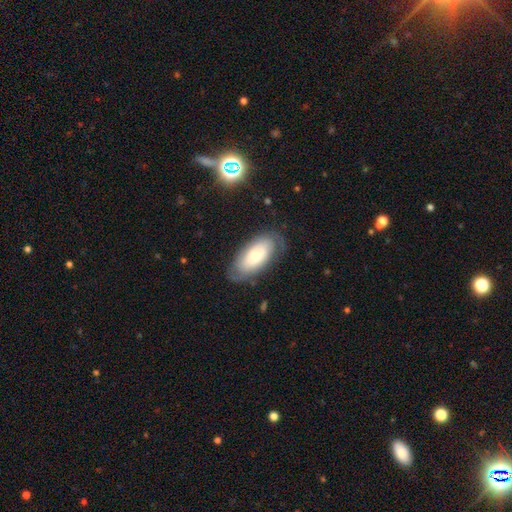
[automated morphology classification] Q: Smooth or featured?
A: smooth (56%); runner-up: featured or disk (38%)
Q: How rounded?
A: in between (91%); runner-up: cigar-shaped (6%)
Q: Merging?
A: none (73%); runner-up: minor disturbance (18%)